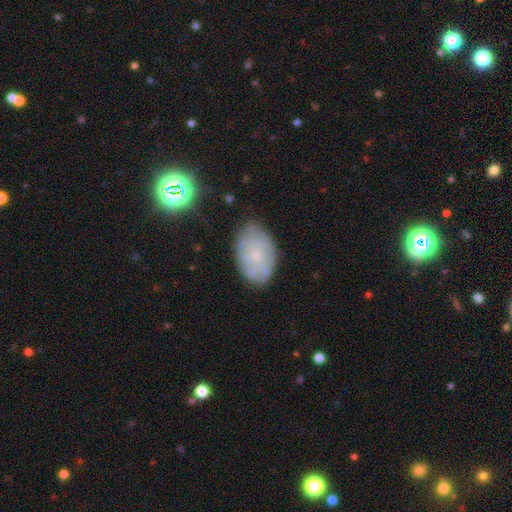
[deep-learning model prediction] Smooth or featured?
  - featured or disk: 53% *
  - smooth: 37%
  - star or artifact: 11%
Edge-on disk?
  - no: 96% *
  - yes: 4%
Bar?
  - no: 78% *
  - weak: 19%
  - strong: 3%
Spiral arms?
  - yes: 79% *
  - no: 21%
Bulge size?
  - small: 64% *
  - moderate: 17%
  - none: 16%
  - large: 2%
  - dominant: 1%
Merging?
  - none: 75% *
  - minor disturbance: 18%
  - major disturbance: 5%
  - merger: 2%